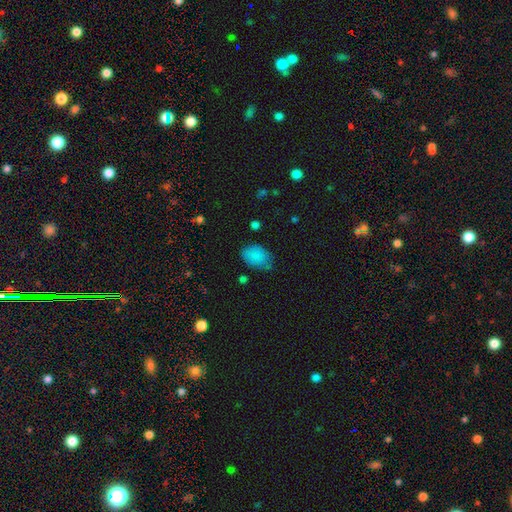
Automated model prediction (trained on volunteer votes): Smooth or featured? smooth (85%)
How rounded? in between (82%)
Merging? none (61%)